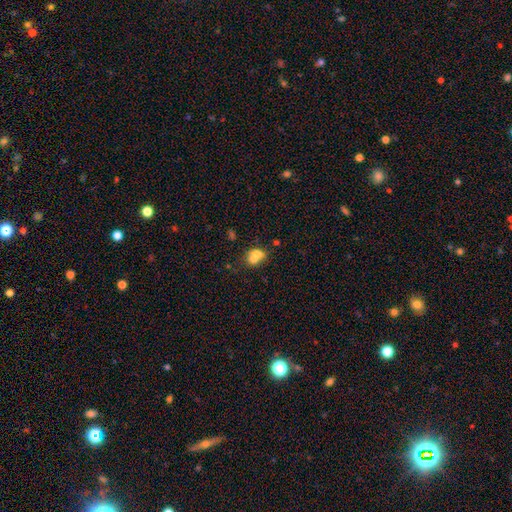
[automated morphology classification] type=smooth (66%); roundness=round (54%); merging=merger (66%).